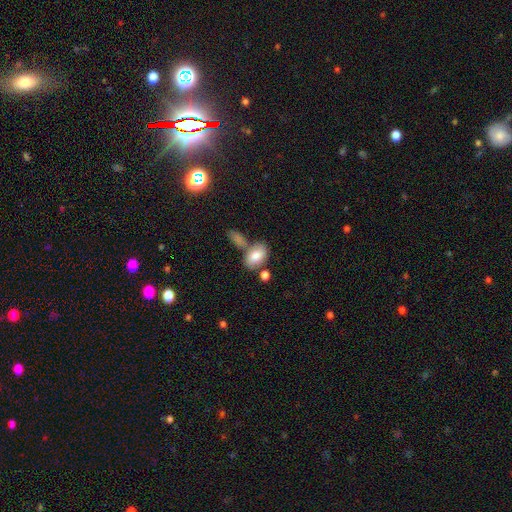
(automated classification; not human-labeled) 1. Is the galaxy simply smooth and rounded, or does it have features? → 79% smooth, 14% featured or disk, 7% star or artifact.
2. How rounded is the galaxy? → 91% in between, 7% round, 2% cigar-shaped.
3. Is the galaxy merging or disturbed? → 50% none, 30% merger, 15% minor disturbance, 5% major disturbance.